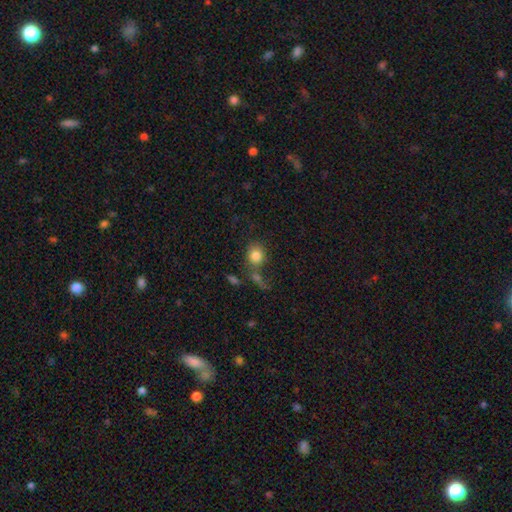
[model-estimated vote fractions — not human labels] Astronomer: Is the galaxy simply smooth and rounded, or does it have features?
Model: smooth — 82%.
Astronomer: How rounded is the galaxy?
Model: round — 73%.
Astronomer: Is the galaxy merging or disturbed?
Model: none — 57%.